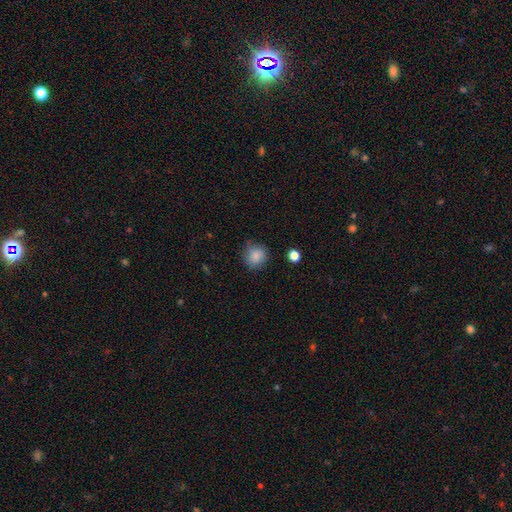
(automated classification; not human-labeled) Smooth or featured? smooth (85%)
How rounded? round (89%)
Merging? none (77%)